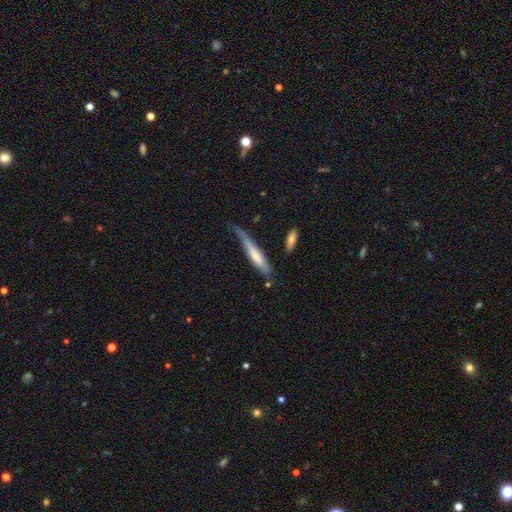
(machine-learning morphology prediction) A smooth galaxy with no disk features (60%) that is cigar-shaped (85%).

Vote fractions:
- Smooth or featured? smooth: 60% / featured or disk: 35% / star or artifact: 6%
- How rounded? cigar-shaped: 85% / in between: 14% / round: 1%
- Merging? minor disturbance: 36% (tied) / none: 36% (tied) / major disturbance: 22% / merger: 6%